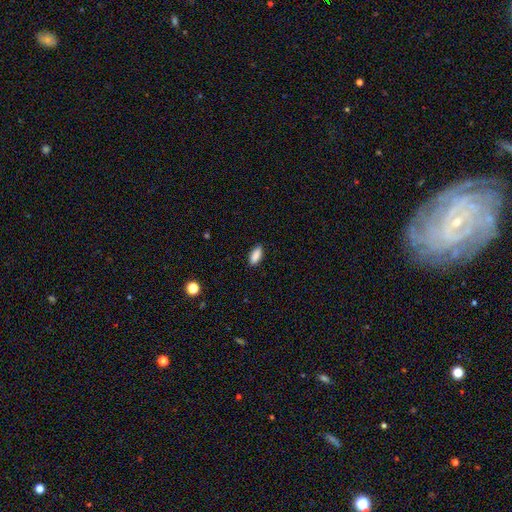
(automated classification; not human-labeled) A smooth galaxy with no disk features (89%) that is in between round and cigar-shaped (84%).

Vote fractions:
- Smooth or featured? smooth: 89% / star or artifact: 7% / featured or disk: 4%
- How rounded? in between: 84% / cigar-shaped: 14% / round: 2%
- Merging? none: 89% / minor disturbance: 8% / major disturbance: 2% / merger: 1%